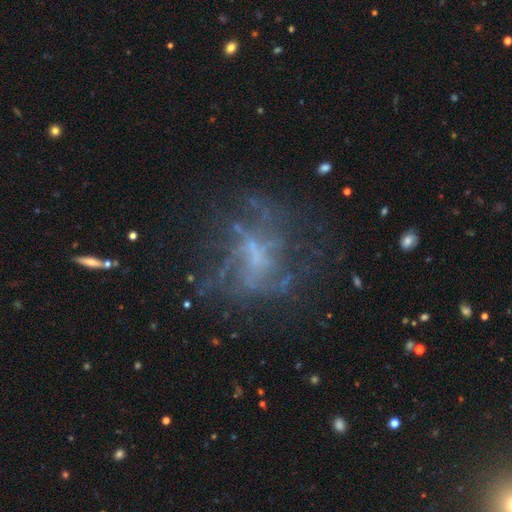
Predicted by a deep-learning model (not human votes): featured or disk 65%, star or artifact 21%, smooth 14%. Down the decision tree: edge-on disk — no (97%); bar — no (63%); spiral arms — yes (52%); bulge size — none (55%); merging — none (54%).